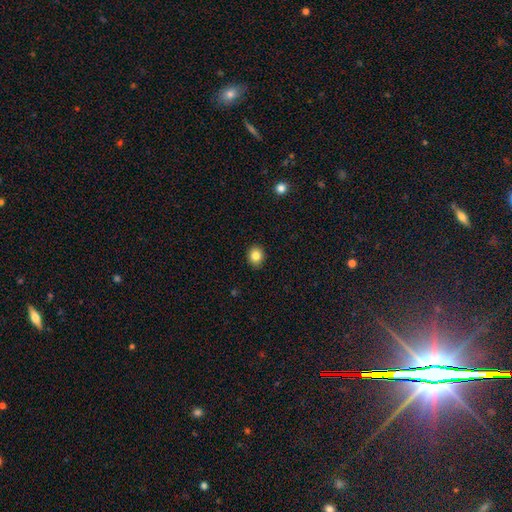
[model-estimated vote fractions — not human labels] Smooth or featured: smooth — 84% (star or artifact — 10%)
How rounded: round — 62% (in between — 38%)
Merging: none — 91% (minor disturbance — 7%)